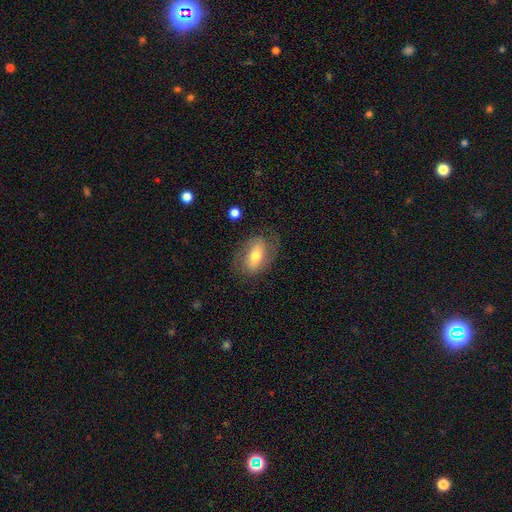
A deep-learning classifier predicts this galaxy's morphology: Smooth or featured? smooth (48%)
Merging? none (69%)